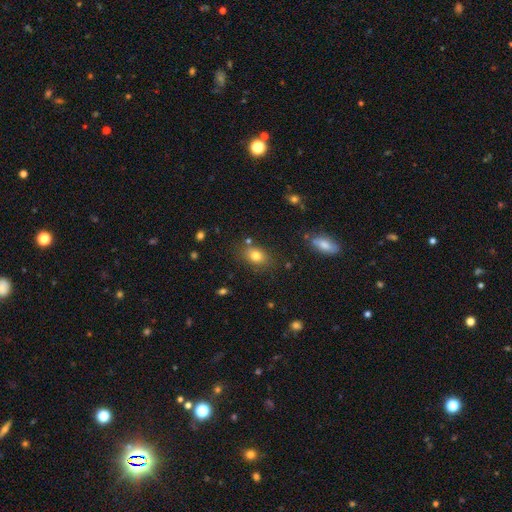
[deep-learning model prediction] smooth_or_featured: smooth (p=0.79) [alt: star or artifact p=0.12]
how_rounded: in between (p=0.73) [alt: round p=0.26]
merging: none (p=0.78) [alt: minor disturbance p=0.13]